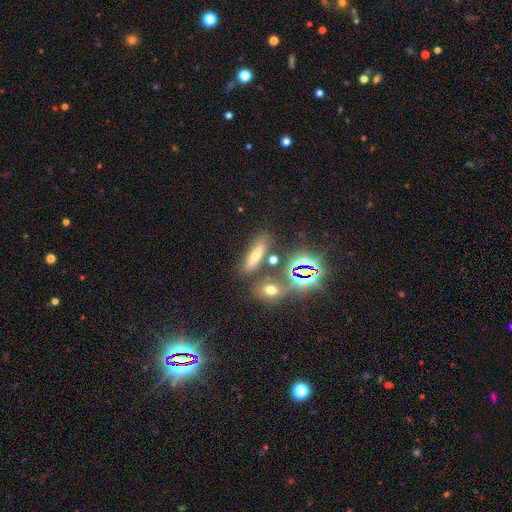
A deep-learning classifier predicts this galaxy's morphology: smooth-or-featured: smooth: 48% | star or artifact: 33% | featured or disk: 19%
  merging: none: 71% | merger: 12% | minor disturbance: 11% | major disturbance: 5%